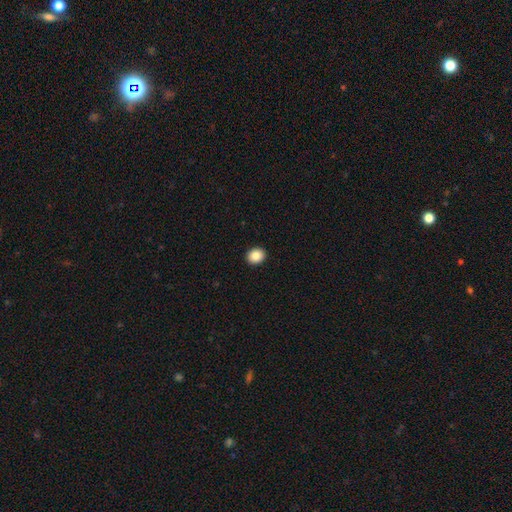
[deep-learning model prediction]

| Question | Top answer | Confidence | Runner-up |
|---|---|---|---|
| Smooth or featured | smooth | 87% | star or artifact (9%) |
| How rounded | round | 65% | in between (35%) |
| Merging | none | 93% | minor disturbance (5%) |